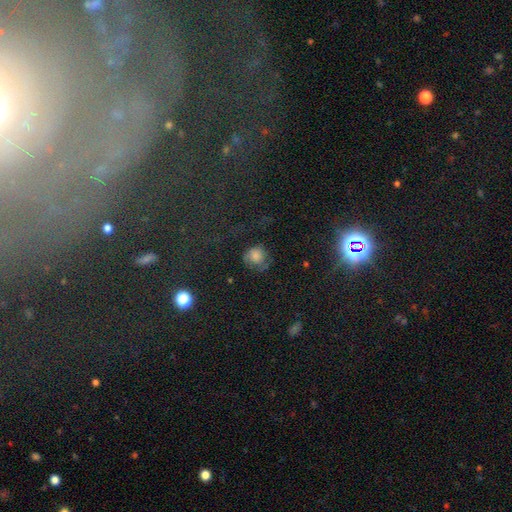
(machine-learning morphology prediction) Smooth or featured? Predicted: smooth (p=0.66). How rounded? Predicted: round (p=0.80). Merging? Predicted: none (p=0.50).